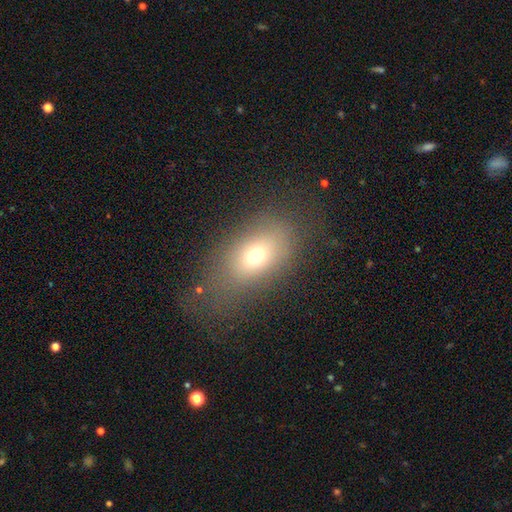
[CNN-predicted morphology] This appears to be a smooth galaxy with no disk features (68%) that is in between round and cigar-shaped (80%). Merging: none (62%).